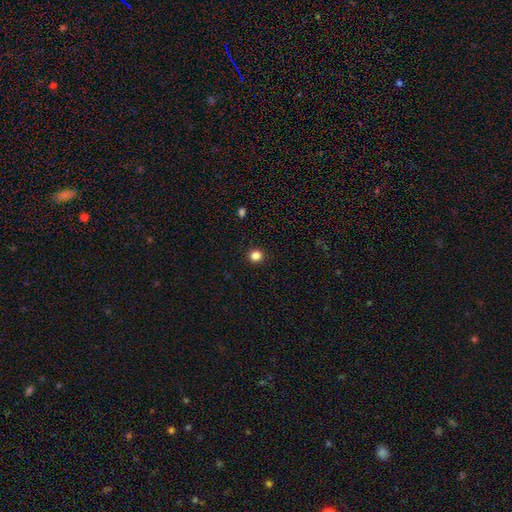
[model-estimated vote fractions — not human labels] This appears to be a smooth galaxy with no disk features (85%) that is round (90%). Merging: none (93%).